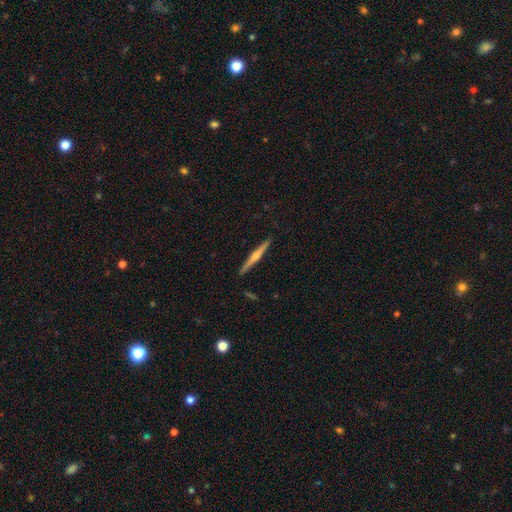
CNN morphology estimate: Smooth or featured? featured or disk (64%)
Edge-on disk? yes (98%)
Edge-on bulge? rounded (72%)
Merging? none (91%)